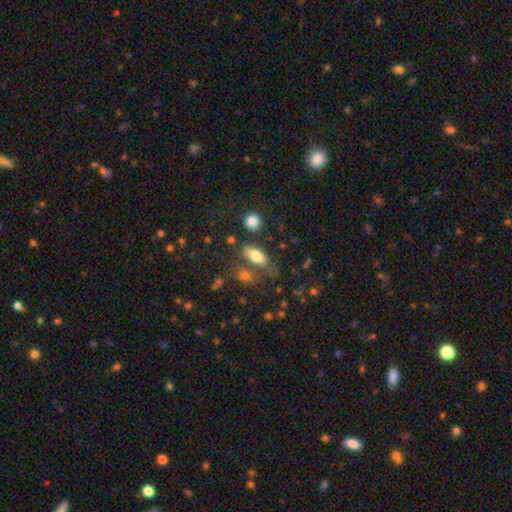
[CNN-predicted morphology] Q: Smooth or featured?
A: smooth (75%); runner-up: featured or disk (17%)
Q: How rounded?
A: in between (78%); runner-up: cigar-shaped (17%)
Q: Merging?
A: none (60%); runner-up: minor disturbance (18%)